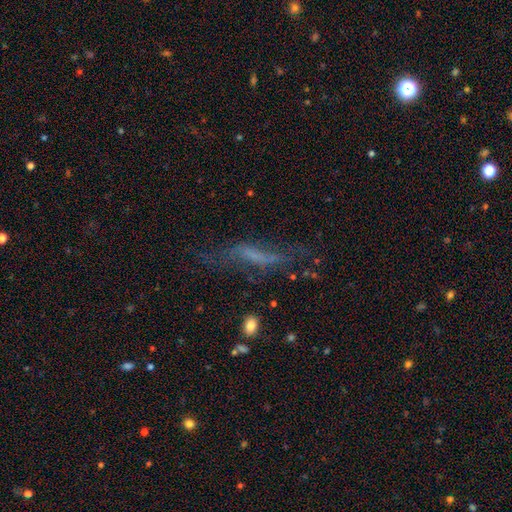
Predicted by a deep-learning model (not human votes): smooth-or-featured: featured or disk: 49% | smooth: 33% | star or artifact: 18%
  merging: none: 47% | major disturbance: 26% | minor disturbance: 23% | merger: 4%